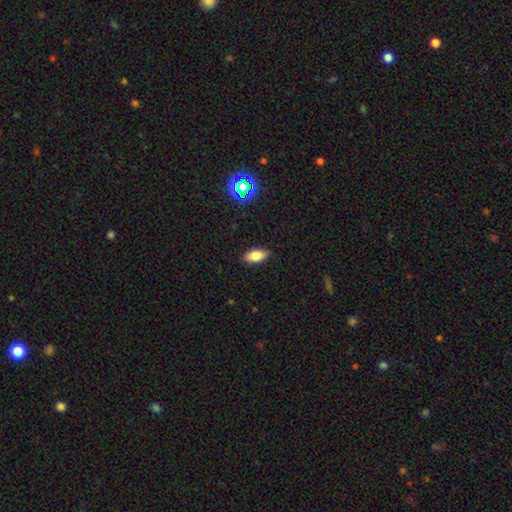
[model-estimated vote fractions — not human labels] A smooth galaxy with no disk features (81%) that is in between round and cigar-shaped (91%).

Vote fractions:
- Smooth or featured? smooth: 81% / star or artifact: 10% / featured or disk: 9%
- How rounded? in between: 91% / cigar-shaped: 6% / round: 4%
- Merging? none: 88% / minor disturbance: 9% / major disturbance: 2% / merger: 1%